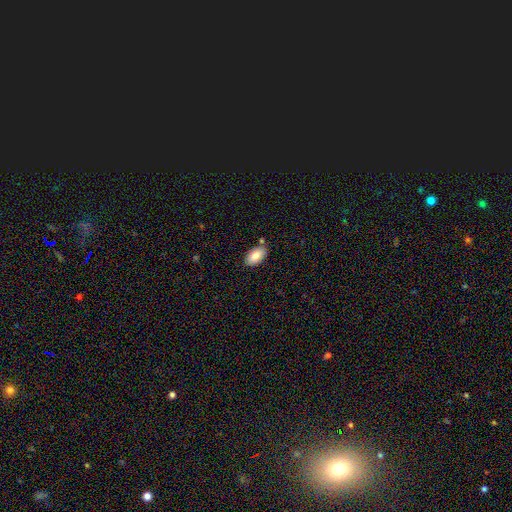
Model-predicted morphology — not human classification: type=smooth (80%); roundness=in between (94%); merging=none (82%).